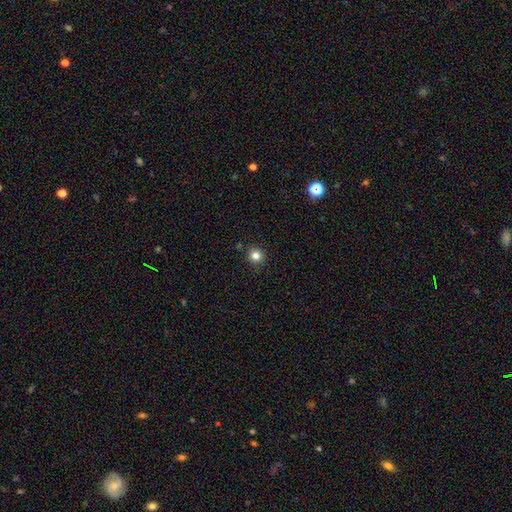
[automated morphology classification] Smooth or featured: smooth — 82% (star or artifact — 13%)
How rounded: round — 93% (in between — 6%)
Merging: none — 90% (minor disturbance — 6%)